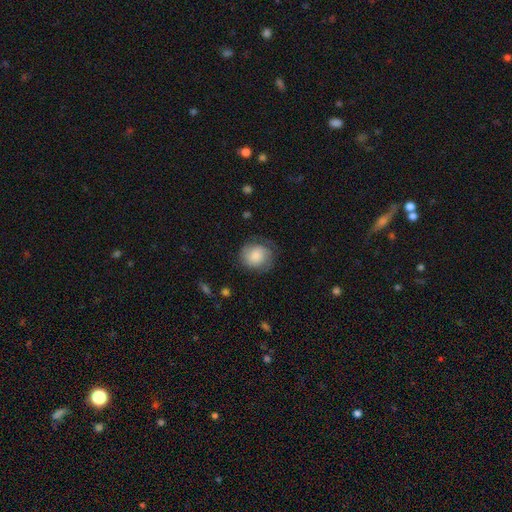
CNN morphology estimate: Smooth or featured? Predicted: smooth (p=0.71). How rounded? Predicted: round (p=0.82). Merging? Predicted: none (p=0.67).